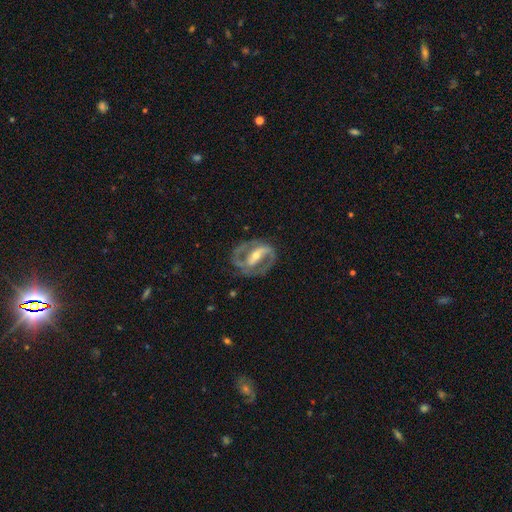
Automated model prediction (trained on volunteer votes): Smooth or featured? Predicted: featured or disk (p=0.88). Edge-on disk? Predicted: no (p=0.95). Bar? Predicted: strong (p=0.63). Spiral arms? Predicted: yes (p=0.90). Spiral winding? Predicted: medium (p=0.51). Spiral arm count? Predicted: 2 (p=0.86). Bulge size? Predicted: moderate (p=0.53). Merging? Predicted: none (p=0.73).